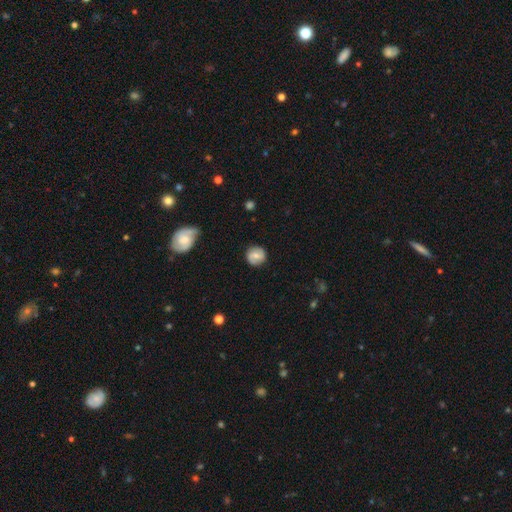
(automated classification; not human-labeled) smooth_or_featured: smooth (p=0.55) [alt: featured or disk p=0.37]
how_rounded: round (p=0.88) [alt: in between p=0.11]
merging: none (p=0.84) [alt: minor disturbance p=0.12]